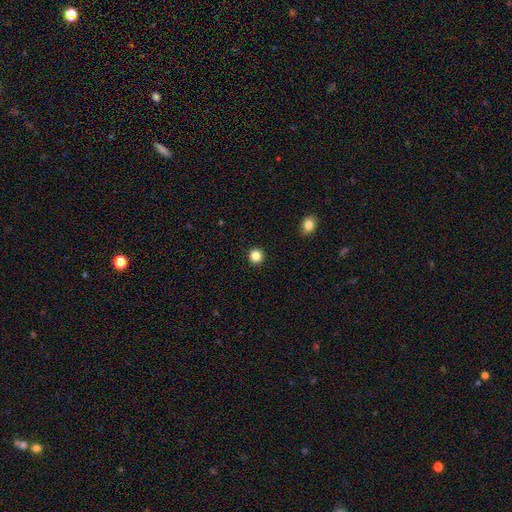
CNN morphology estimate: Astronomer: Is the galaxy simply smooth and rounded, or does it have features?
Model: smooth — 85%.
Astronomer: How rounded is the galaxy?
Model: round — 95%.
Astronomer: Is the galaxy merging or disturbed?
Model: none — 94%.